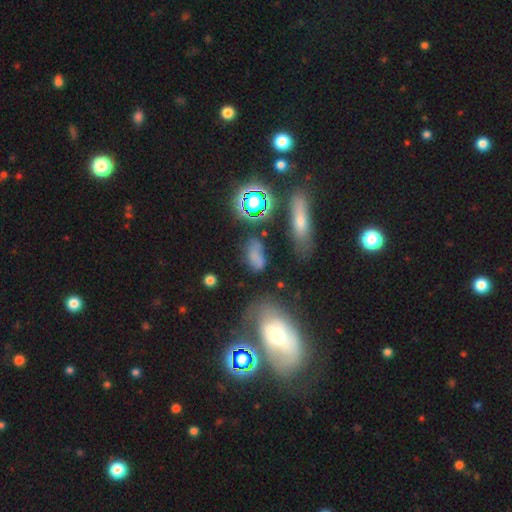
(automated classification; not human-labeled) This is likely a smooth galaxy (62%). How rounded: likely in between (80%). Merging: possibly none (55%).